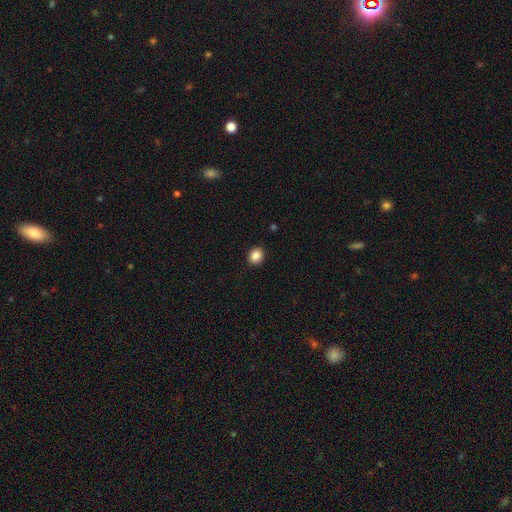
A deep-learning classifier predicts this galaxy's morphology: Smooth or featured? Predicted: smooth (p=0.87). How rounded? Predicted: round (p=0.71). Merging? Predicted: none (p=0.91).